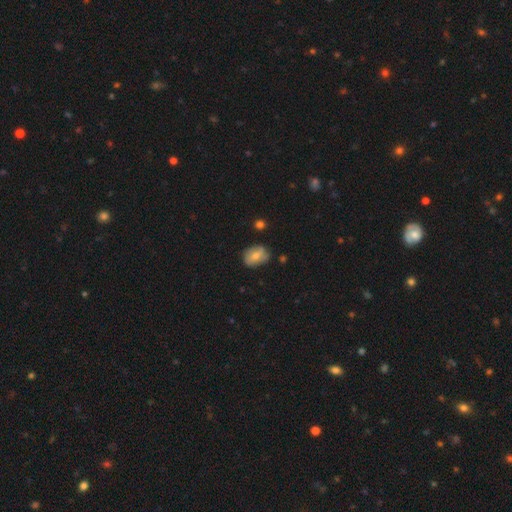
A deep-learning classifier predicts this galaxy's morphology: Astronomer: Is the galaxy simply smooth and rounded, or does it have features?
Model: smooth — 65%.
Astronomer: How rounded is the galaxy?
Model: in between — 72%.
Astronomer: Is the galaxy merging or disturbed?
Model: none — 64%.